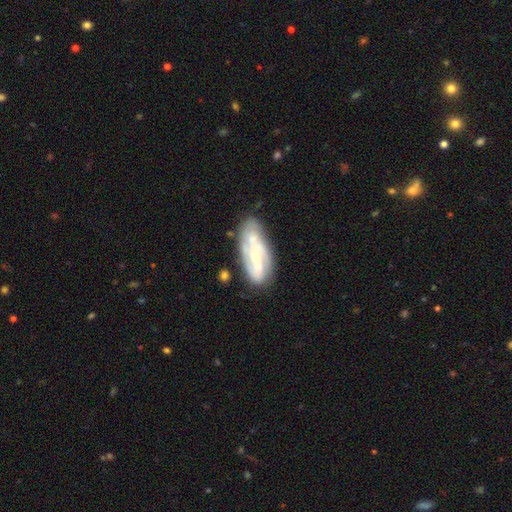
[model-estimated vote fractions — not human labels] Smooth or featured: featured or disk — 66% (smooth — 28%)
Edge-on disk: no — 90% (yes — 10%)
Bar: no — 56% (weak — 30%)
Spiral arms: yes — 74% (no — 26%)
Bulge size: small — 65% (moderate — 26%)
Merging: none — 62% (minor disturbance — 22%)